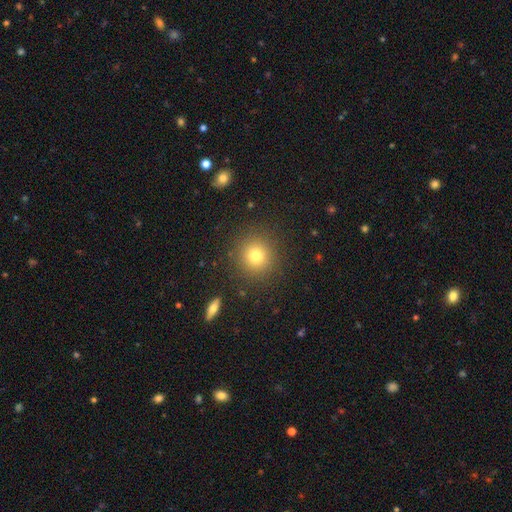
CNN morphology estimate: Smooth or featured? Predicted: smooth (p=0.78). How rounded? Predicted: round (p=0.92). Merging? Predicted: none (p=0.89).